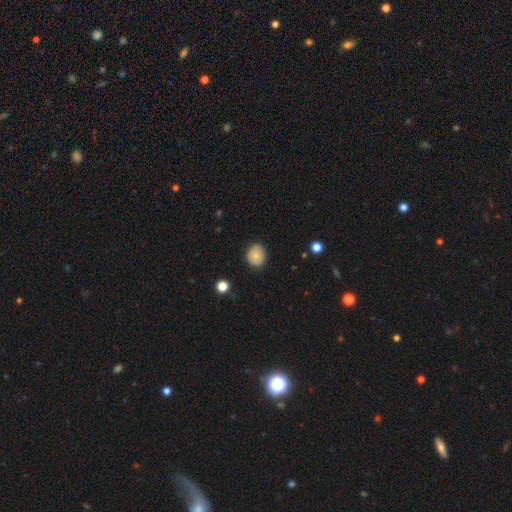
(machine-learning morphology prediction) This is likely a smooth galaxy (79%). How rounded: likely round (66%). Merging: likely none (78%).